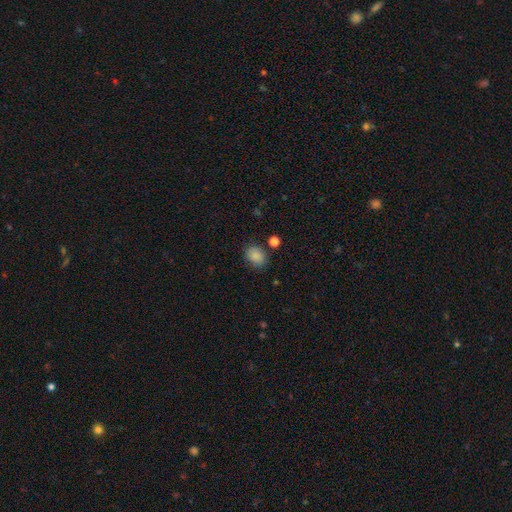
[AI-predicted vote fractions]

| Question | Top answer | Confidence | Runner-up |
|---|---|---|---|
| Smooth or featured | smooth | 86% | star or artifact (9%) |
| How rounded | in between | 55% | round (45%) |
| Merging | none | 81% | minor disturbance (12%) |